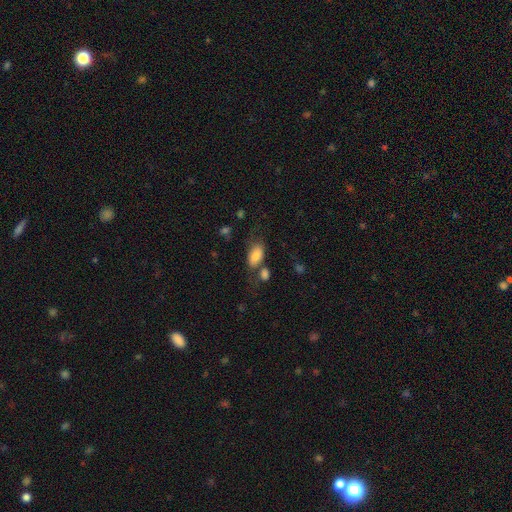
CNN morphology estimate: Q: Smooth or featured?
A: smooth (81%); runner-up: featured or disk (12%)
Q: How rounded?
A: in between (91%); runner-up: round (5%)
Q: Merging?
A: none (44%); runner-up: merger (22%)